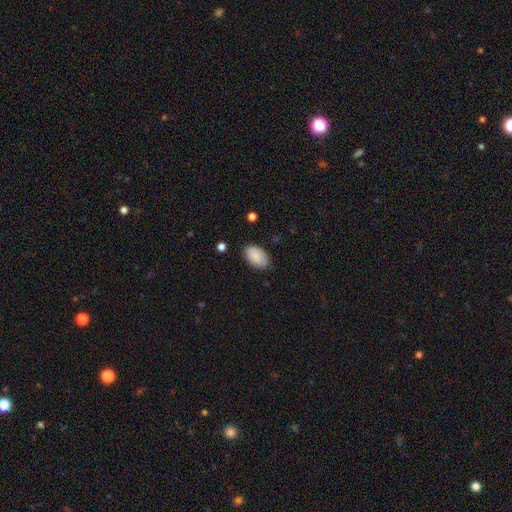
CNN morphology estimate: The model was most divided on "merging": none: 83%, minor disturbance: 13%, major disturbance: 3%, merger: 1%. More confident: how rounded — in between (93%); smooth or featured — smooth (89%).